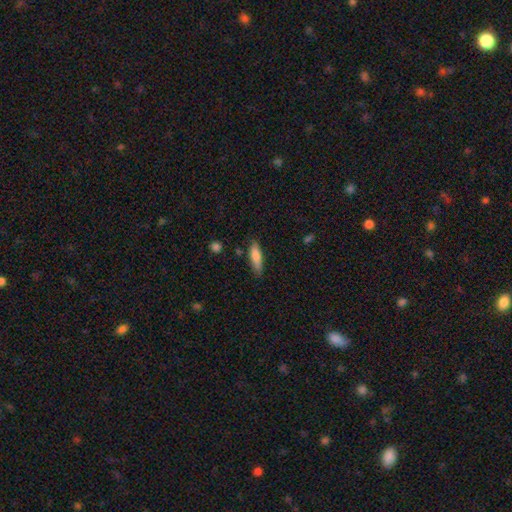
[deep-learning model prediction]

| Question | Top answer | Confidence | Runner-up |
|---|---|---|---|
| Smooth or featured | smooth | 81% | featured or disk (12%) |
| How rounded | cigar-shaped | 61% | in between (37%) |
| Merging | none | 77% | minor disturbance (17%) |